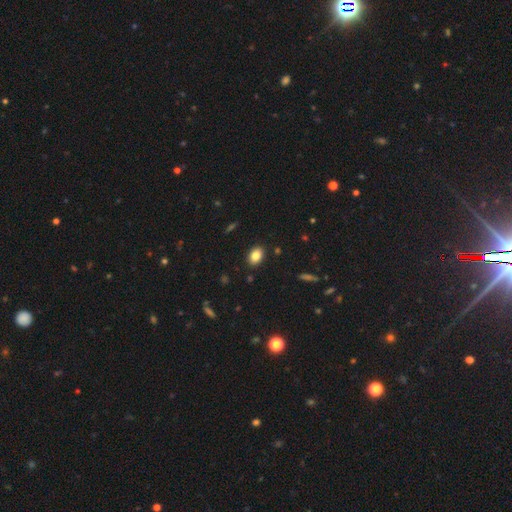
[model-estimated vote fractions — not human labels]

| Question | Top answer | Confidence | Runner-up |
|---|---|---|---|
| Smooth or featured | smooth | 84% | star or artifact (9%) |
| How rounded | in between | 81% | round (18%) |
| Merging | none | 89% | minor disturbance (8%) |